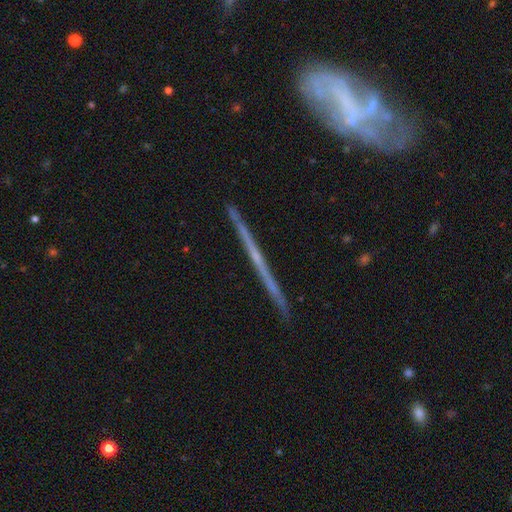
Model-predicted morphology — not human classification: Q: Smooth or featured?
A: featured or disk (76%); runner-up: smooth (17%)
Q: Edge-on disk?
A: yes (95%); runner-up: no (5%)
Q: Edge-on bulge?
A: none (74%); runner-up: rounded (20%)
Q: Merging?
A: none (86%); runner-up: minor disturbance (9%)